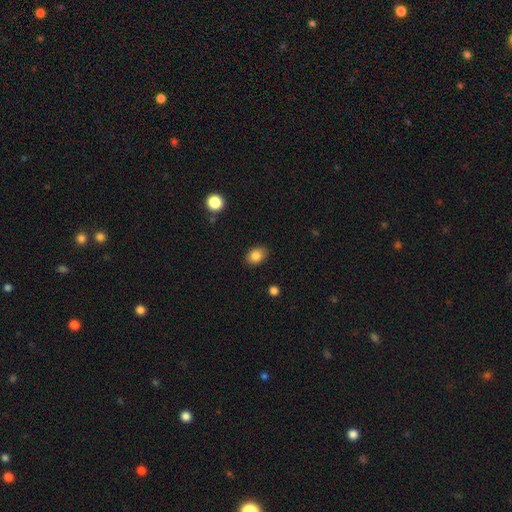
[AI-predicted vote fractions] Smooth or featured? smooth (85%)
How rounded? in between (70%)
Merging? none (85%)